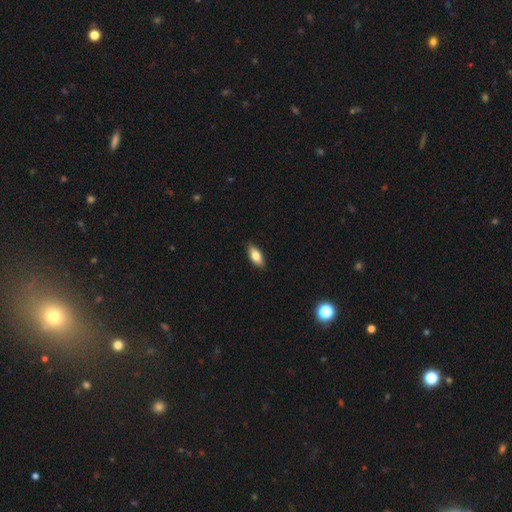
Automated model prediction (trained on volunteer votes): Smooth or featured? smooth (79%)
How rounded? in between (84%)
Merging? none (89%)